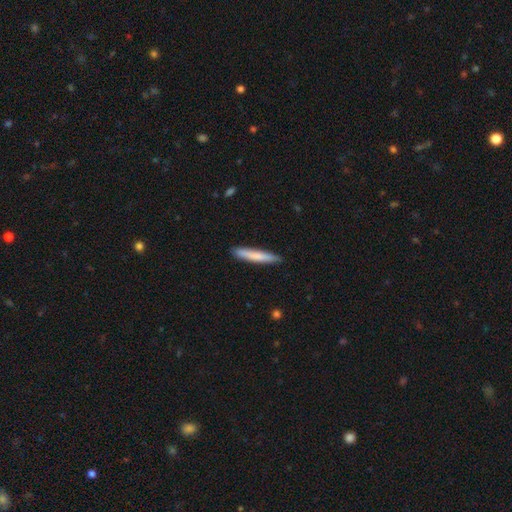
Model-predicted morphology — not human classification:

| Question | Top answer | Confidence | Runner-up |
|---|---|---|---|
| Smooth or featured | smooth | 74% | featured or disk (20%) |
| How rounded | cigar-shaped | 94% | in between (4%) |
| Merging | none | 89% | minor disturbance (9%) |